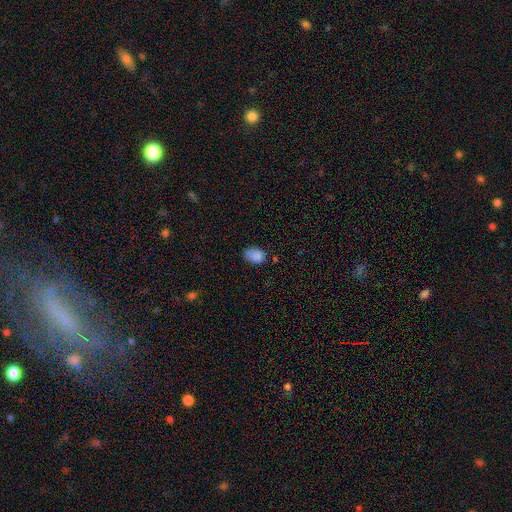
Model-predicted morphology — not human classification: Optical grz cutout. It shows a smooth galaxy with no disk features (84%) that is in between round and cigar-shaped (71%). Merging: none (58%).